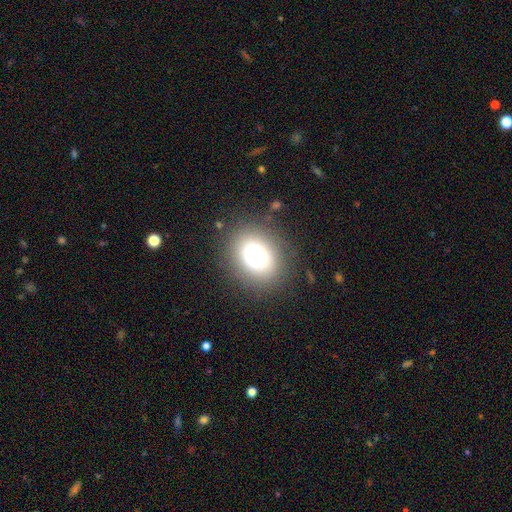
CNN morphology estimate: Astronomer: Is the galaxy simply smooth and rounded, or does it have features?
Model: smooth — 76%.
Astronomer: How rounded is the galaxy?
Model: round — 54% (runner-up: in between, 45%).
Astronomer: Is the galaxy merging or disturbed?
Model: none — 85%.